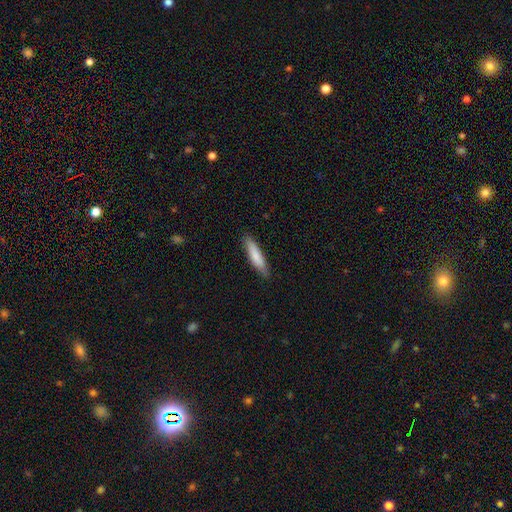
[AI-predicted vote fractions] Smooth or featured? Predicted: smooth (p=0.80). How rounded? Predicted: cigar-shaped (p=0.79). Merging? Predicted: none (p=0.85).